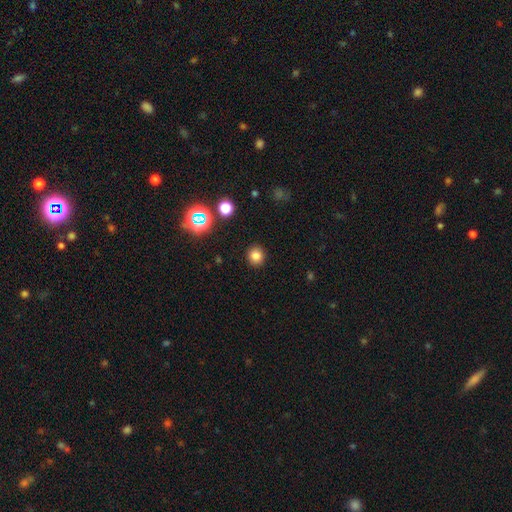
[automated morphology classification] This is clearly a smooth galaxy (80%). How rounded: clearly round (87%). Merging: clearly none (91%).